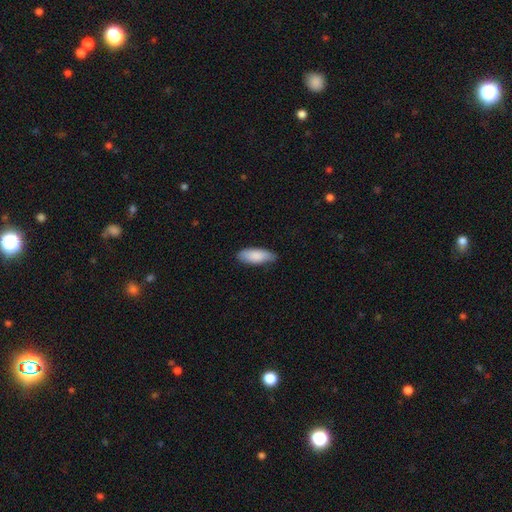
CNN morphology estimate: A smooth galaxy with no disk features (87%) that is in between round and cigar-shaped (76%).

Vote fractions:
- Smooth or featured? smooth: 87% / featured or disk: 8% / star or artifact: 5%
- How rounded? in between: 76% / cigar-shaped: 23% / round: 2%
- Merging? none: 78% / minor disturbance: 18% / major disturbance: 2% / merger: 1%